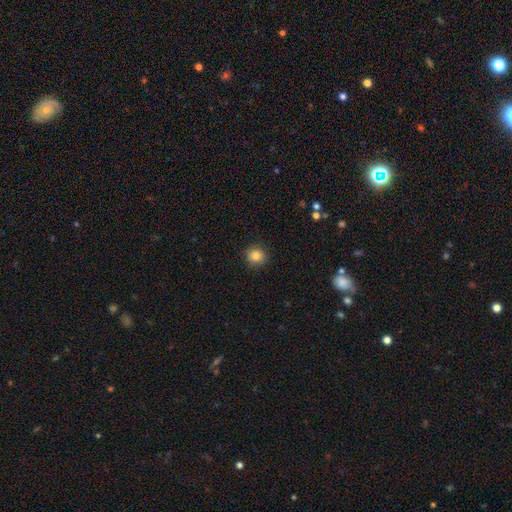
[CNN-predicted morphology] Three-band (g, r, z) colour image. It shows a smooth galaxy with no disk features (85%) that is round (88%). Merging: none (90%).